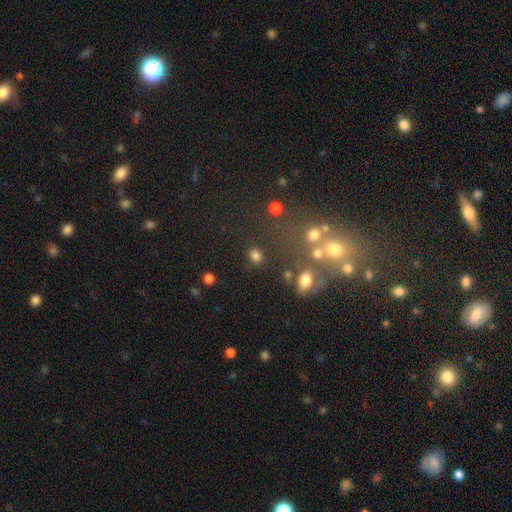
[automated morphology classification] This is likely a smooth galaxy (78%). How rounded: possibly round (55%). Merging: likely none (80%).